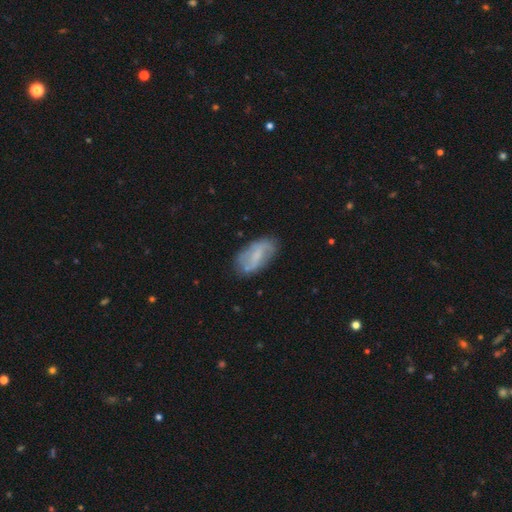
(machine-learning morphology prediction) Smooth or featured: featured or disk — 50% (smooth — 43%)
Merging: none — 67% (minor disturbance — 23%)